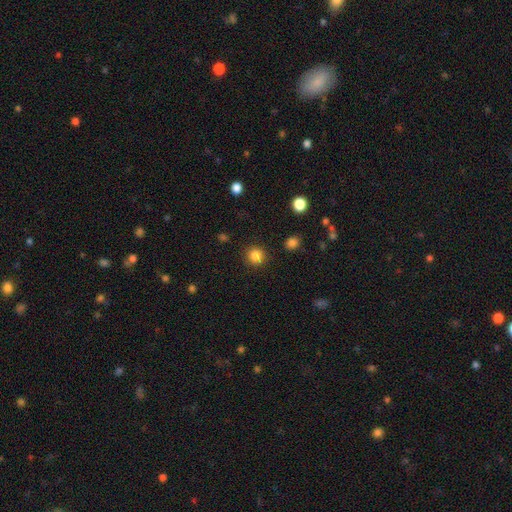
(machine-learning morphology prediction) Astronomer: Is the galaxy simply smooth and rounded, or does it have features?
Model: smooth — 84%.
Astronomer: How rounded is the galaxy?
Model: round — 93%.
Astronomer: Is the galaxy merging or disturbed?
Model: none — 90%.